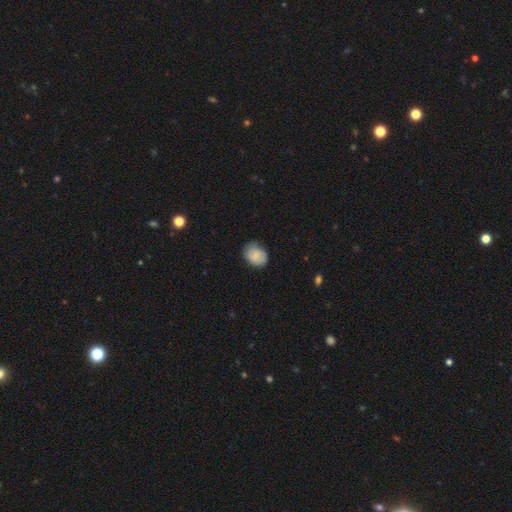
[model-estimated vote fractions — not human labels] A smooth galaxy with no disk features (77%) that is in between round and cigar-shaped (59%).

Vote fractions:
- Smooth or featured? smooth: 77% / featured or disk: 15% / star or artifact: 7%
- How rounded? in between: 59% / round: 40% / cigar-shaped: 1%
- Merging? none: 70% / minor disturbance: 24% / major disturbance: 5% / merger: 1%